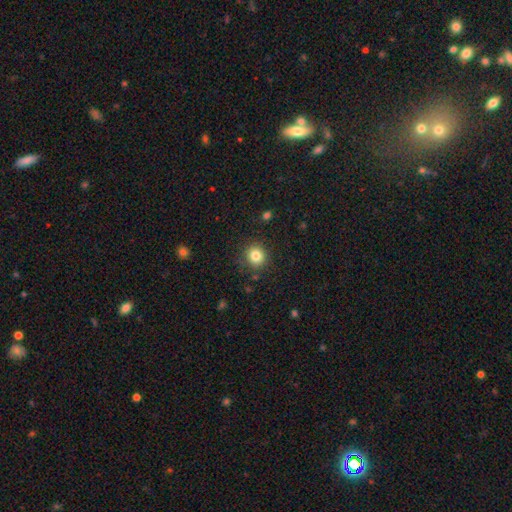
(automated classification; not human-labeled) Smooth or featured?
  - smooth: 82% *
  - star or artifact: 11%
  - featured or disk: 6%
How rounded?
  - round: 89% *
  - in between: 11%
  - cigar-shaped: 1%
Merging?
  - none: 87% *
  - minor disturbance: 8%
  - major disturbance: 3%
  - merger: 2%